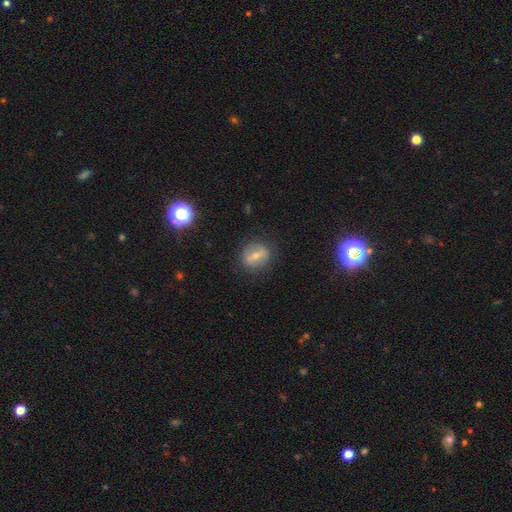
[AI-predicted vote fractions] smooth_or_featured: smooth (p=0.47) [alt: featured or disk p=0.43]
merging: none (p=0.81) [alt: minor disturbance p=0.13]